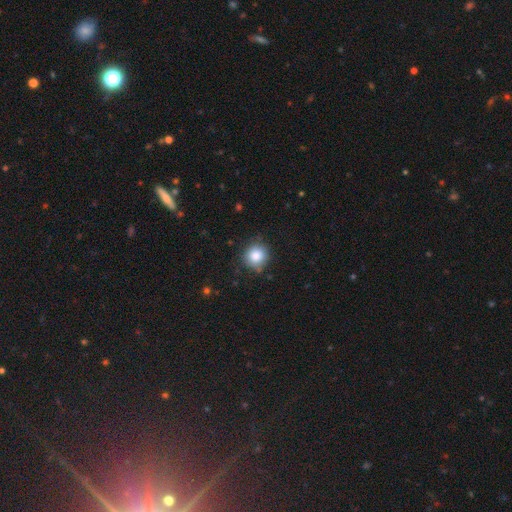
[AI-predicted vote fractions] This appears to be a smooth galaxy with no disk features (84%) that is round (91%). Merging: none (81%).